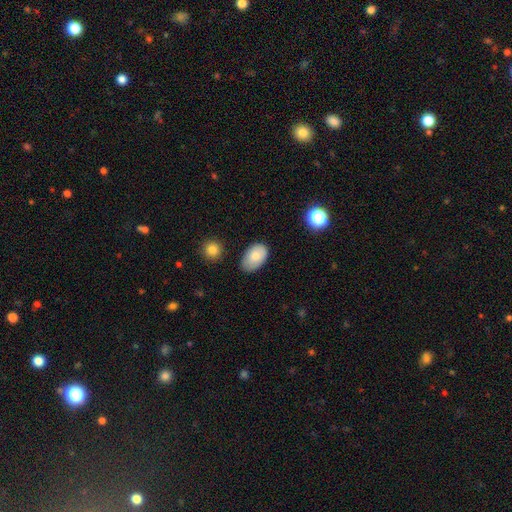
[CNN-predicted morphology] A smooth galaxy with no disk features (80%) that is in between round and cigar-shaped (91%). Merging: none (72%).